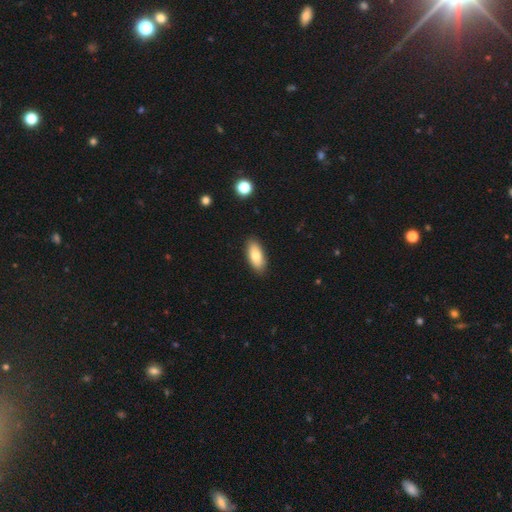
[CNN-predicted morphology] This appears to be a smooth galaxy with no disk features (81%) that is in between round and cigar-shaped (85%). Merging: none (88%).